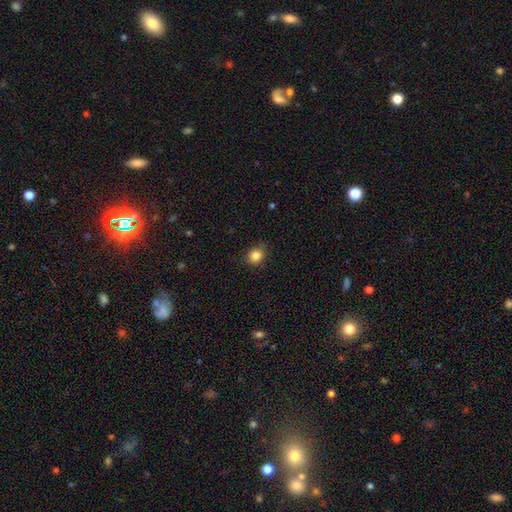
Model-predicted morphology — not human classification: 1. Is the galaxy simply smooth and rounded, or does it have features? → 84% smooth, 11% star or artifact, 5% featured or disk.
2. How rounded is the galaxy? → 70% round, 29% in between, 1% cigar-shaped.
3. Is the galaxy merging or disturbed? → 80% none, 16% minor disturbance, 3% major disturbance, 1% merger.